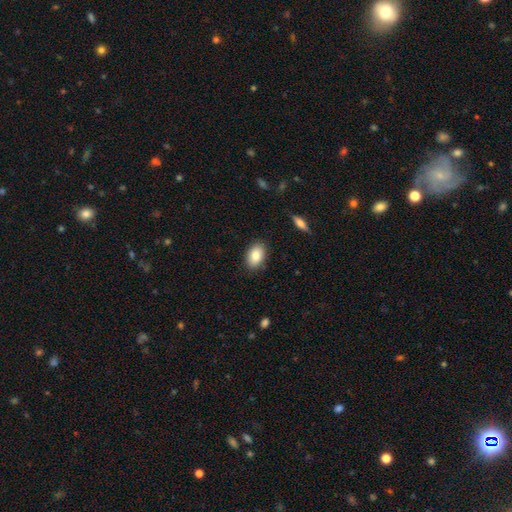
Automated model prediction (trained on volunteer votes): A smooth galaxy with no disk features (85%) that is in between round and cigar-shaped (90%).

Vote fractions:
- Smooth or featured? smooth: 85% / featured or disk: 7% / star or artifact: 7%
- How rounded? in between: 90% / round: 9% / cigar-shaped: 2%
- Merging? none: 86% / minor disturbance: 10% / major disturbance: 2% / merger: 1%